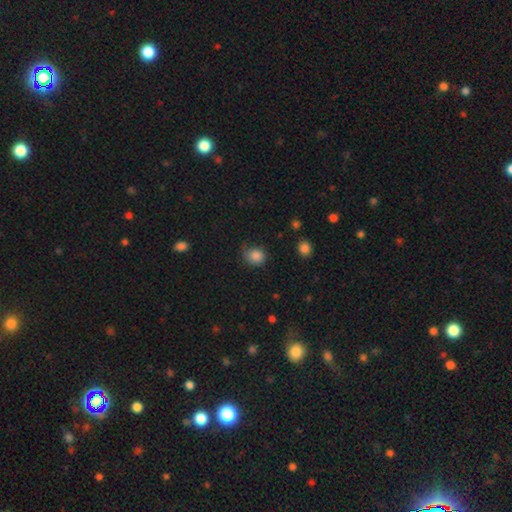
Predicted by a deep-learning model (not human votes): Morphology: type=smooth (81%); roundness=round (71%); merging=none (50%).